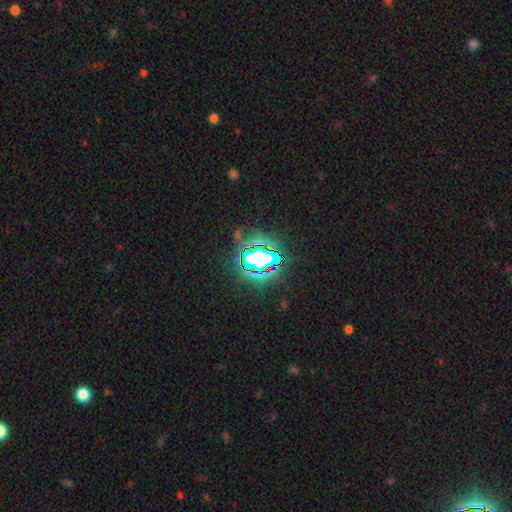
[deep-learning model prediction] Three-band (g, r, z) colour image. It shows a star or artifact, not a galaxy (80%).